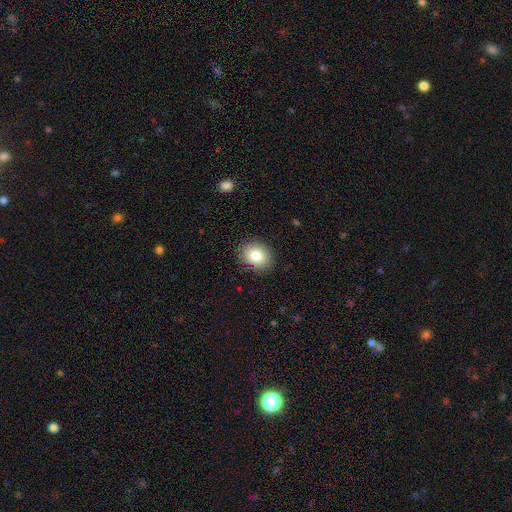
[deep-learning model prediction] Smooth or featured?
  - smooth: 81% *
  - star or artifact: 9%
  - featured or disk: 9%
How rounded?
  - round: 52% *
  - in between: 47%
  - cigar-shaped: 1%
Merging?
  - none: 88% *
  - minor disturbance: 9%
  - major disturbance: 2%
  - merger: 1%